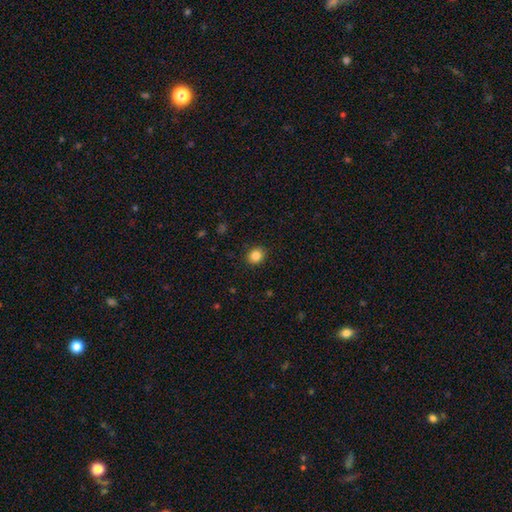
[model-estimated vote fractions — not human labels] This is clearly a smooth galaxy (85%). How rounded: likely round (77%). Merging: clearly none (90%).